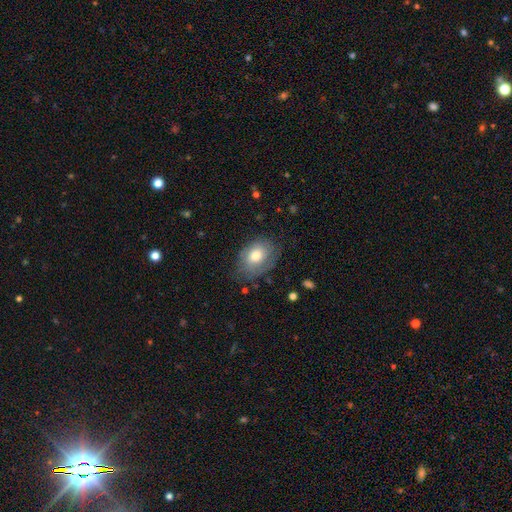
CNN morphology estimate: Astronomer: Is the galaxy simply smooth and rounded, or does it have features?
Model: smooth — 66%.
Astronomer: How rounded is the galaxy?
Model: in between — 75%.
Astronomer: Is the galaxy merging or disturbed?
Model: none — 64%.